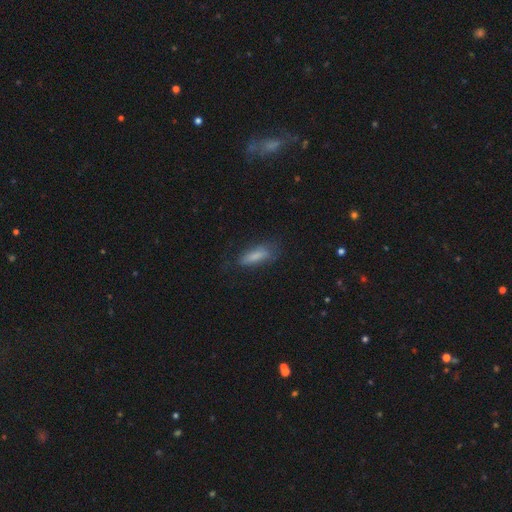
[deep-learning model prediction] Smooth or featured? smooth (76%)
How rounded? in between (49%, tied with cigar-shaped)
Merging? none (64%)